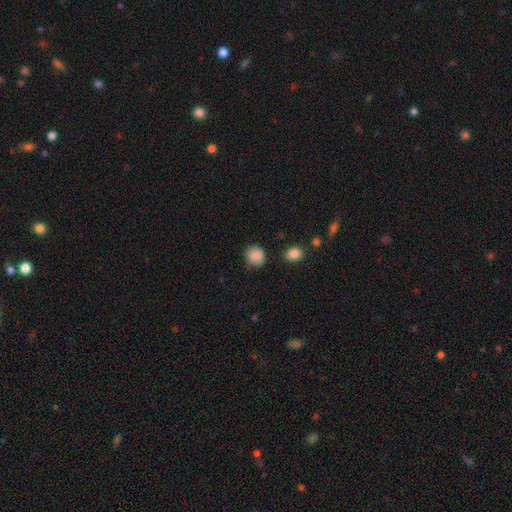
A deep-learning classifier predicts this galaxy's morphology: The model was most divided on "how rounded": round: 82%, in between: 17%, cigar-shaped: 1%. More confident: smooth or featured — smooth (88%); merging — none (81%).